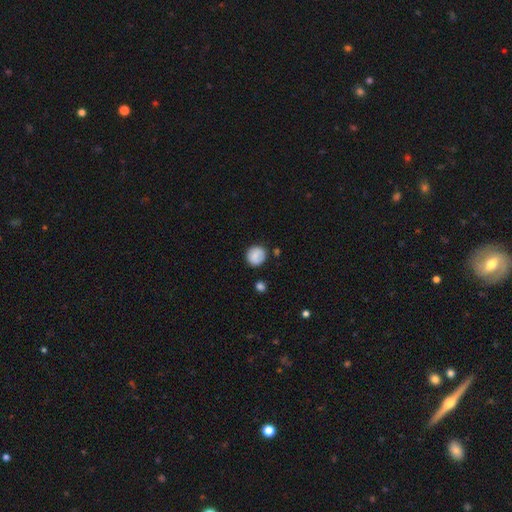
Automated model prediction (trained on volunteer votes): Smooth or featured?
  - smooth: 81% *
  - featured or disk: 11%
  - star or artifact: 8%
How rounded?
  - round: 87% *
  - in between: 12%
  - cigar-shaped: 1%
Merging?
  - none: 80% *
  - minor disturbance: 13%
  - major disturbance: 3%
  - merger: 3%